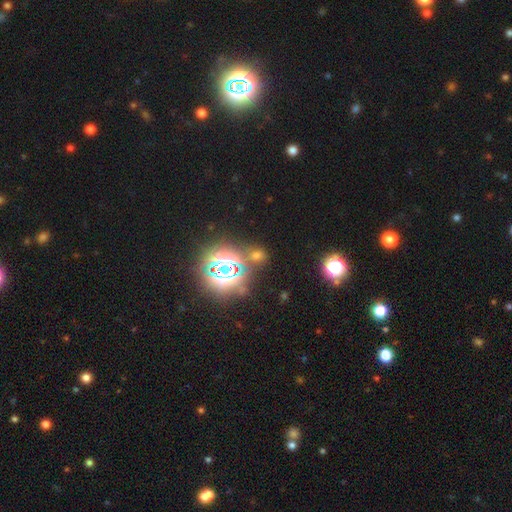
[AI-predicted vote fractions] This is possibly a star or artifact rather than a galaxy (56%).